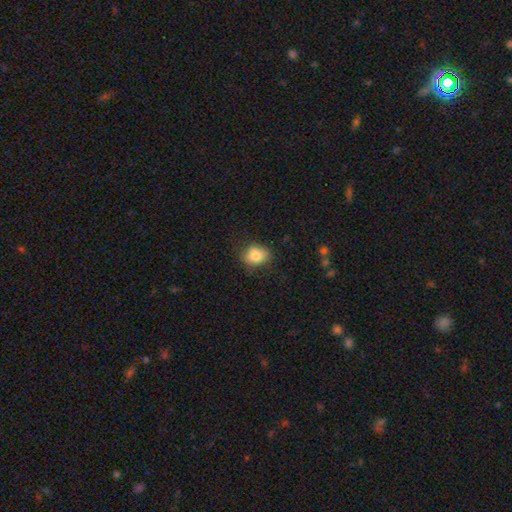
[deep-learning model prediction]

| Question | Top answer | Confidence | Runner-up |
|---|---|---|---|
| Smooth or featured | smooth | 78% | featured or disk (12%) |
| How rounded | round | 51% | in between (47%) |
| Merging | none | 64% | minor disturbance (22%) |